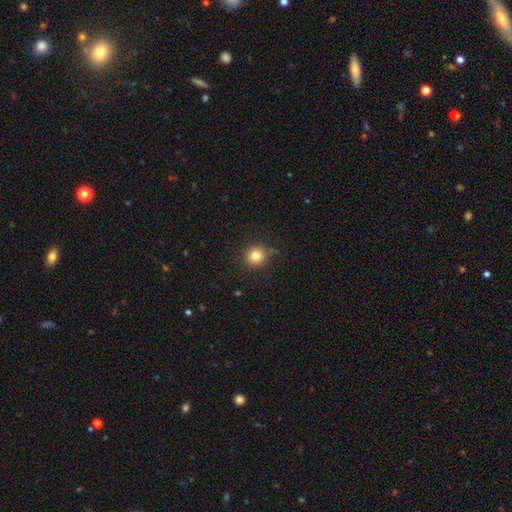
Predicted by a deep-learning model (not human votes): smooth_or_featured: smooth (p=0.82) [alt: star or artifact p=0.12]
how_rounded: round (p=0.91) [alt: in between p=0.08]
merging: none (p=0.87) [alt: minor disturbance p=0.10]